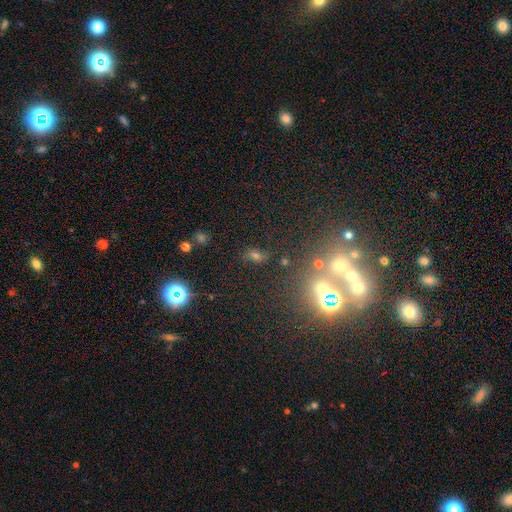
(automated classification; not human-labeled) Smooth or featured? Predicted: smooth (p=0.46). Merging? Predicted: none (p=0.70).